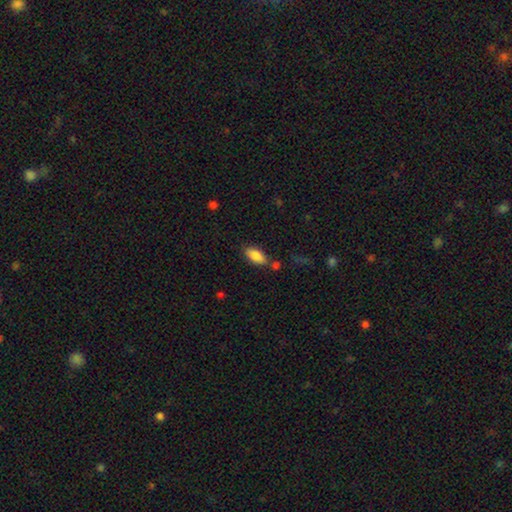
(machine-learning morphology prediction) A smooth galaxy with no disk features (86%) that is in between round and cigar-shaped (89%).

Vote fractions:
- Smooth or featured? smooth: 86% / star or artifact: 7% / featured or disk: 7%
- How rounded? in between: 89% / cigar-shaped: 9% / round: 2%
- Merging? none: 71% / minor disturbance: 15% / merger: 10% / major disturbance: 4%